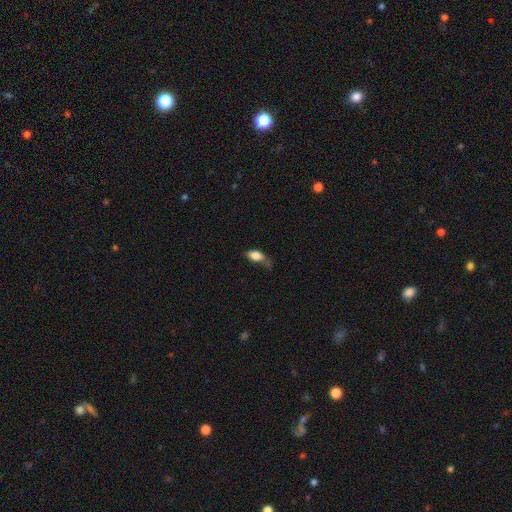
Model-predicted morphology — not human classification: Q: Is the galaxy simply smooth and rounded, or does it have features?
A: smooth — 81%.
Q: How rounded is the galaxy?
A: in between — 87%.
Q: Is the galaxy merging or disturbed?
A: minor disturbance — 36%, tied with none.